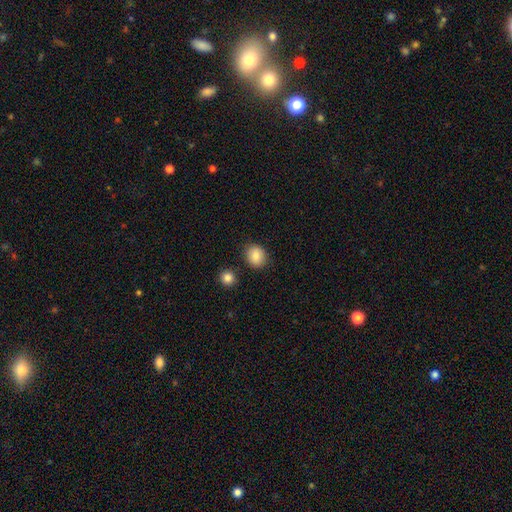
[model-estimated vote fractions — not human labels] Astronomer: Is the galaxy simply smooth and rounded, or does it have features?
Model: smooth — 86%.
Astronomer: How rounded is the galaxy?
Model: round — 68%.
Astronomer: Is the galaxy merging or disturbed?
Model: none — 85%.